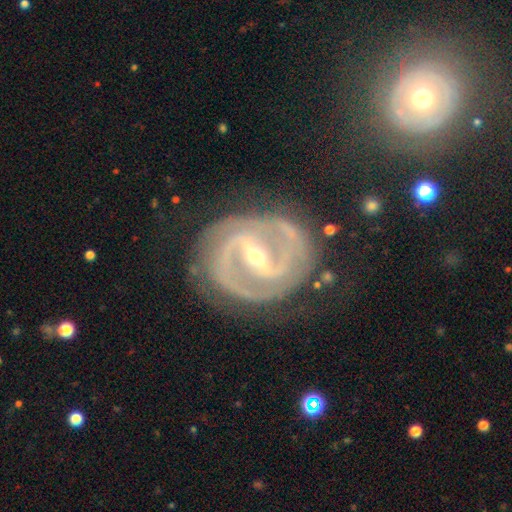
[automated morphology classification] Smooth or featured: featured or disk — 92% (star or artifact — 5%)
Edge-on disk: no — 97% (yes — 3%)
Bar: strong — 69% (weak — 24%)
Spiral arms: yes — 98% (no — 2%)
Spiral winding: tight — 50% (medium — 42%)
Spiral arm count: 2 — 83% (3 — 7%)
Bulge size: small — 62% (moderate — 35%)
Merging: none — 77% (minor disturbance — 15%)